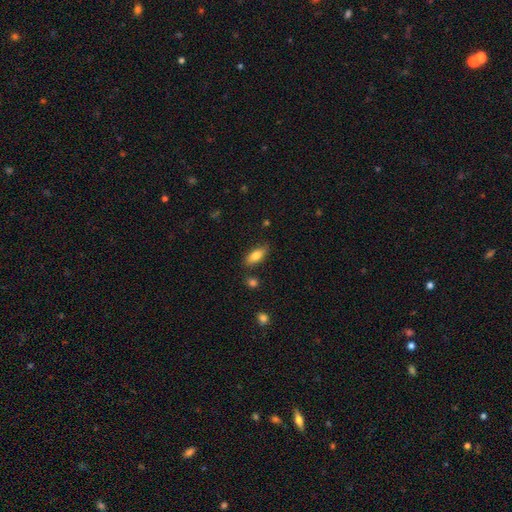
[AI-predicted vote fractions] Overall: smooth (79%). How rounded: in between (79%). Merging: none (78%).